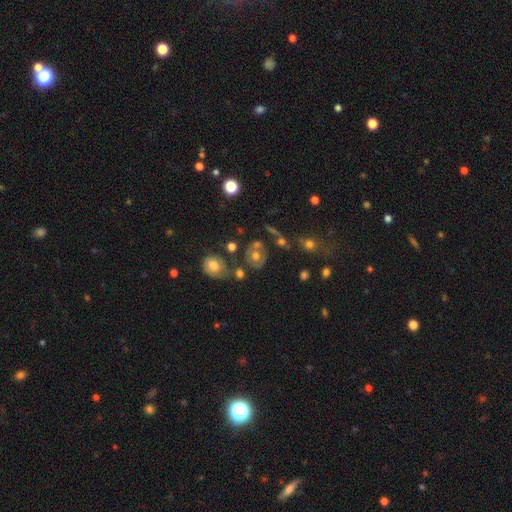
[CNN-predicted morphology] Overall: star or artifact (42%; smooth 37%).